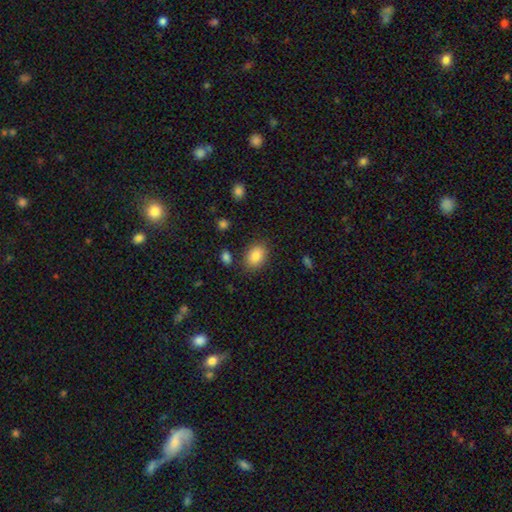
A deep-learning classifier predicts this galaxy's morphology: type=smooth (84%); roundness=in between (75%); merging=none (81%).